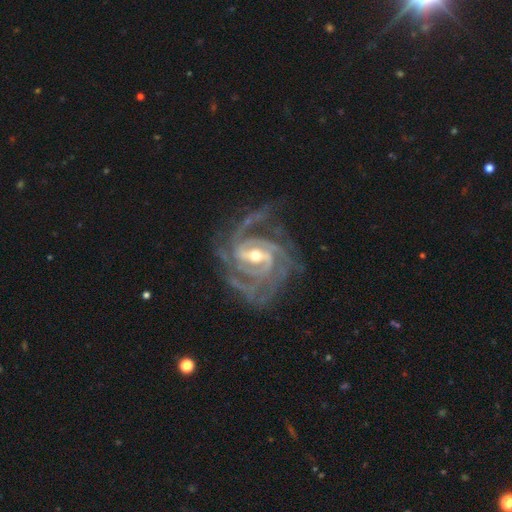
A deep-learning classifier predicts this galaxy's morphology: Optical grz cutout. It shows a featured or disk galaxy (94%) with a strong bar (48%), 3 (33%) tight (57%) spiral arms (99%) and a moderate central bulge (56%). Merging: none (66%).